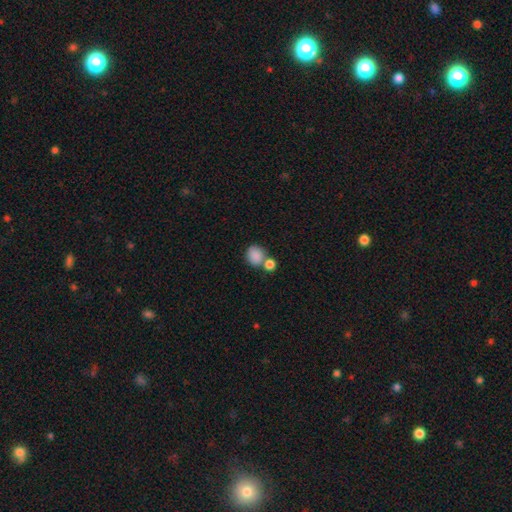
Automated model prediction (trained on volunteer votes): Q: Smooth or featured?
A: smooth (86%); runner-up: star or artifact (9%)
Q: How rounded?
A: round (69%); runner-up: in between (30%)
Q: Merging?
A: none (50%); runner-up: merger (34%)